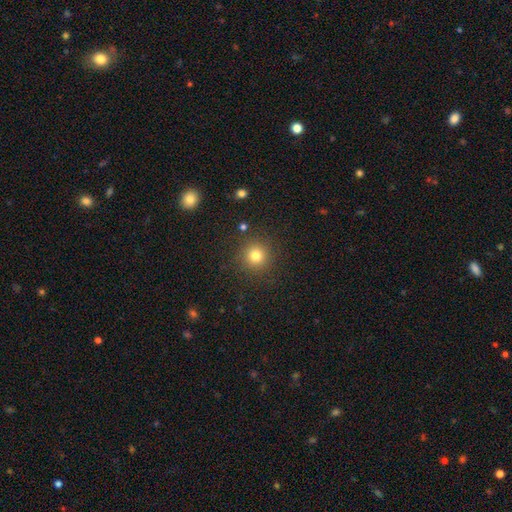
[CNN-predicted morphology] smooth-or-featured: smooth: 79% | star or artifact: 14% | featured or disk: 6%
  how-rounded: round: 94% | in between: 5% | cigar-shaped: 1%
  merging: none: 89% | minor disturbance: 7% | major disturbance: 3% | merger: 2%